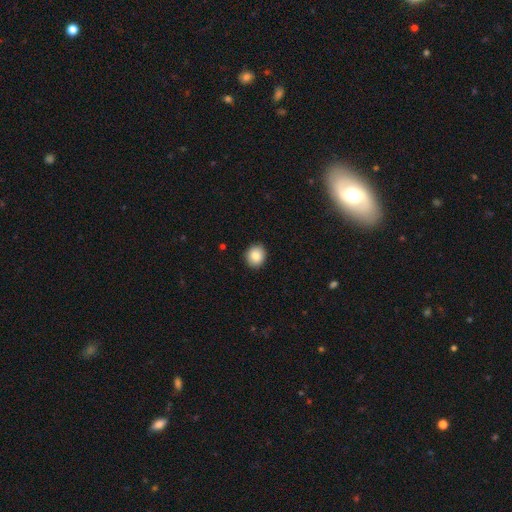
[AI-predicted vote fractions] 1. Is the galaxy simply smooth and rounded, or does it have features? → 85% smooth, 8% star or artifact, 7% featured or disk.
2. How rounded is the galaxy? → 77% round, 22% in between, 1% cigar-shaped.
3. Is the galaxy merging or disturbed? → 91% none, 7% minor disturbance, 2% major disturbance, 1% merger.